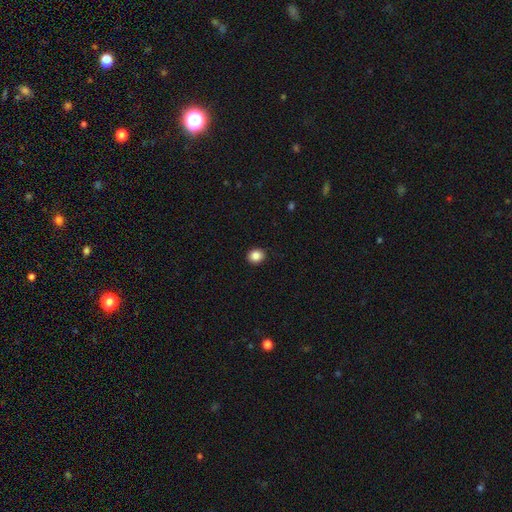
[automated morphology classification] Smooth or featured? smooth (86%)
How rounded? round (72%)
Merging? none (91%)